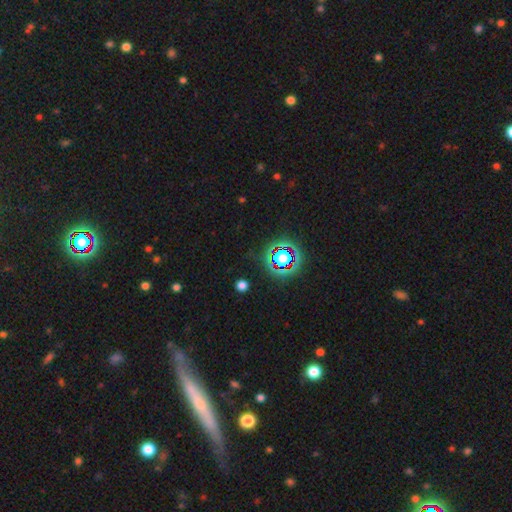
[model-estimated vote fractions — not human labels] This appears to be a star or artifact, not a galaxy (73%).